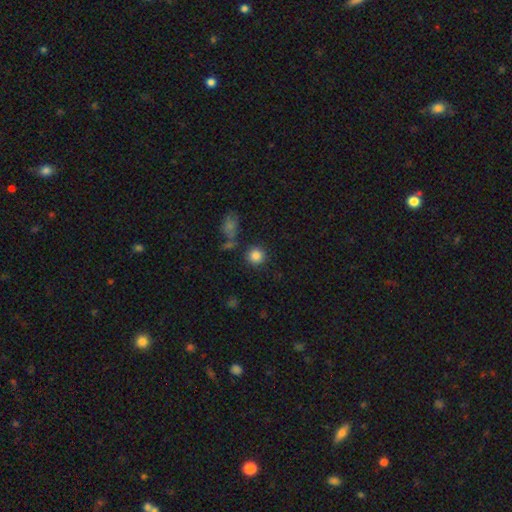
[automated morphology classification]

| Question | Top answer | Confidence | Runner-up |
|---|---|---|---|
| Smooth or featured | smooth | 85% | star or artifact (11%) |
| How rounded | round | 92% | in between (7%) |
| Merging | none | 81% | minor disturbance (9%) |